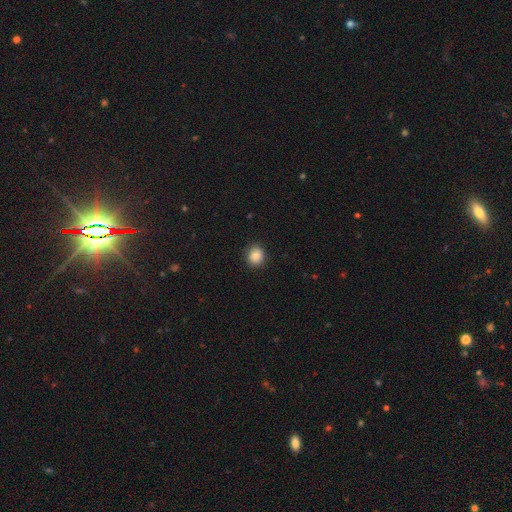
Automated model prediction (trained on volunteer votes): The model was most divided on "how rounded": round: 77%, in between: 22%, cigar-shaped: 1%. More confident: merging — none (89%); smooth or featured — smooth (87%).